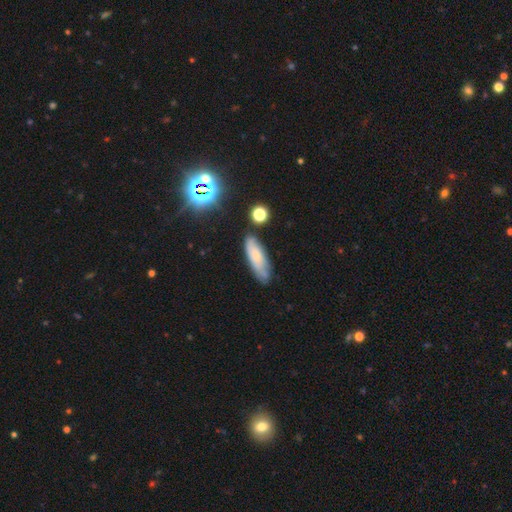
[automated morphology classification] smooth_or_featured: smooth (p=0.67) [alt: featured or disk p=0.23]
how_rounded: in between (p=0.52) [alt: cigar-shaped p=0.46]
merging: none (p=0.70) [alt: minor disturbance p=0.21]